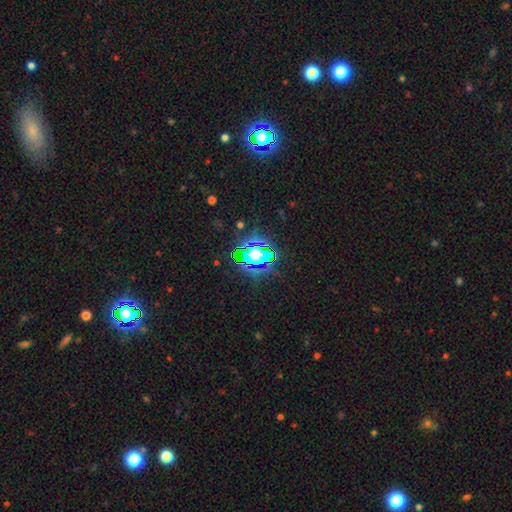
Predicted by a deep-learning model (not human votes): This is likely a star or artifact rather than a galaxy (60%).